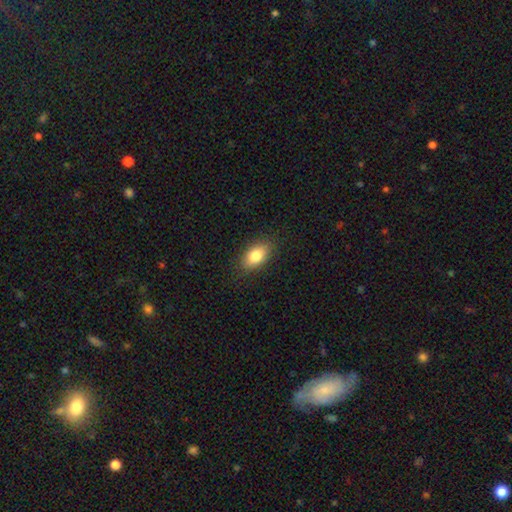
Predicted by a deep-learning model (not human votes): This is clearly a smooth galaxy (81%). How rounded: clearly in between (89%). Merging: clearly none (86%).